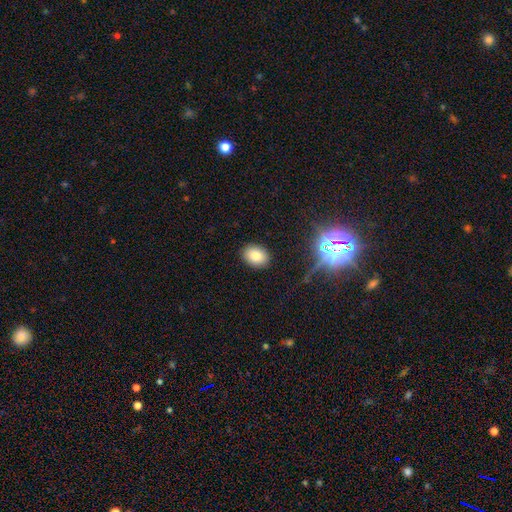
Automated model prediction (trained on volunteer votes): smooth_or_featured: smooth (p=0.80) [alt: star or artifact p=0.12]
how_rounded: in between (p=0.66) [alt: round p=0.33]
merging: none (p=0.89) [alt: minor disturbance p=0.08]